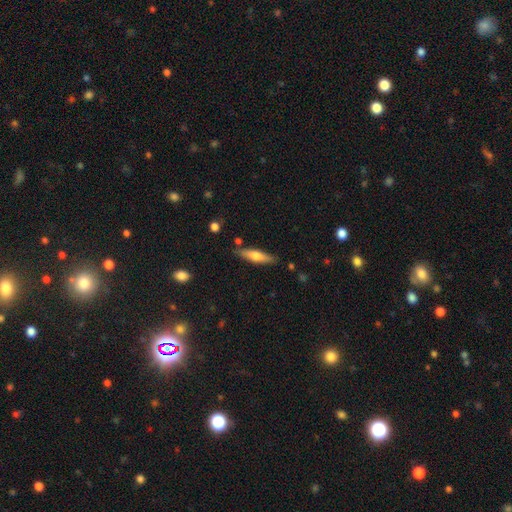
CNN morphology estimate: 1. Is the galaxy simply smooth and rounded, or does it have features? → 57% smooth, 37% featured or disk, 6% star or artifact.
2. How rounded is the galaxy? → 74% cigar-shaped, 24% in between, 2% round.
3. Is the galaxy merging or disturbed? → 83% none, 12% minor disturbance, 3% merger, 2% major disturbance.